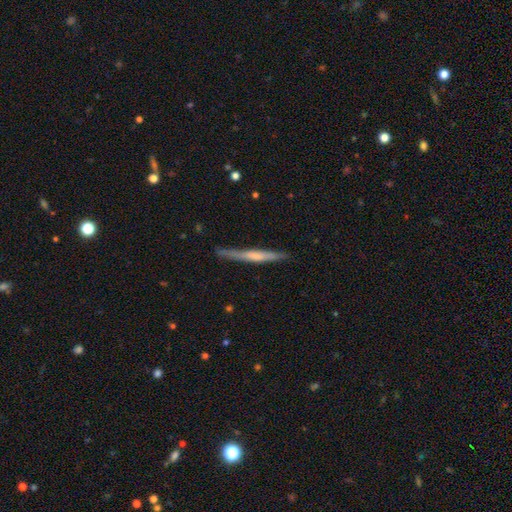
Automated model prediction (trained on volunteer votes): smooth_or_featured: featured or disk (p=0.52) [alt: smooth p=0.42]
disk_edge_on: yes (p=0.96) [alt: no p=0.04]
edge_on_bulge: none (p=0.50) [alt: rounded p=0.31]
merging: none (p=0.83) [alt: minor disturbance p=0.13]